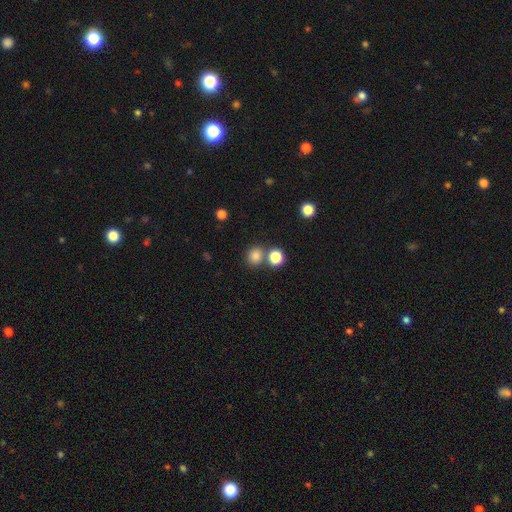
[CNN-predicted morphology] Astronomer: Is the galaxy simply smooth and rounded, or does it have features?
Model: smooth — 81%.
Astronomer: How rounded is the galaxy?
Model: round — 80%.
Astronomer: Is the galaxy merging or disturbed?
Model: none — 69%.